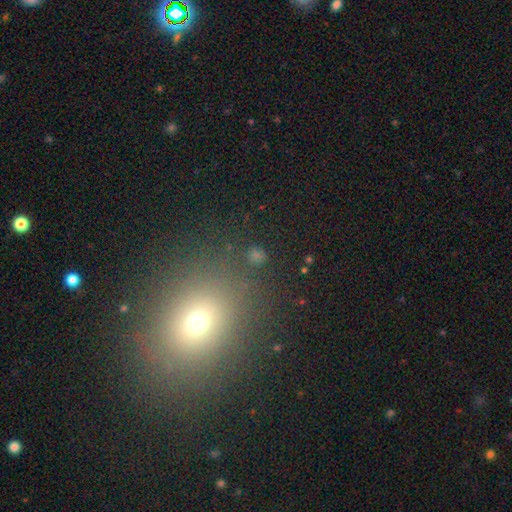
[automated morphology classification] type=smooth (60%); roundness=round (77%); merging=none (83%).